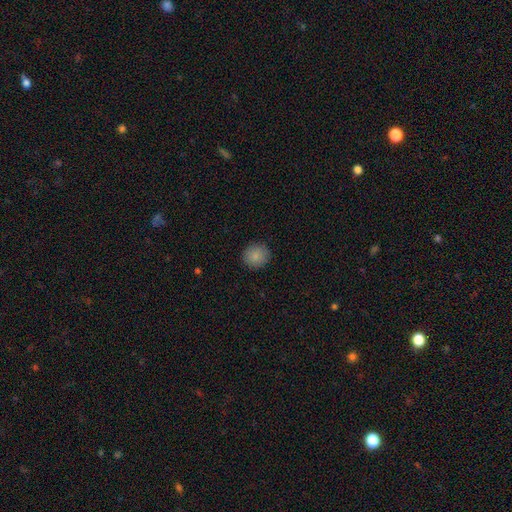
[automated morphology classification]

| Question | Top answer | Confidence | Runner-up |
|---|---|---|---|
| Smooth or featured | smooth | 85% | star or artifact (9%) |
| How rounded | round | 85% | in between (14%) |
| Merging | none | 89% | minor disturbance (8%) |